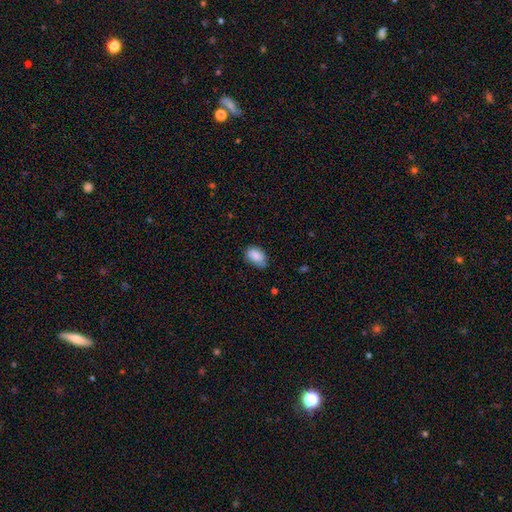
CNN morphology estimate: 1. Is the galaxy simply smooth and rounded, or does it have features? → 87% smooth, 7% star or artifact, 6% featured or disk.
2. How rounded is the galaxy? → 88% in between, 10% round, 1% cigar-shaped.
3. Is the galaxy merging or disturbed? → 63% none, 30% minor disturbance, 5% major disturbance, 1% merger.